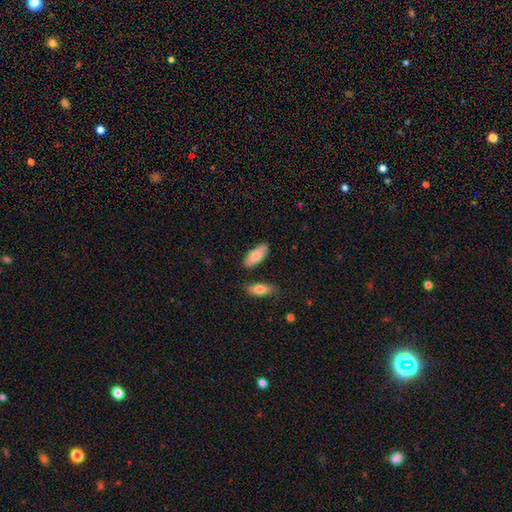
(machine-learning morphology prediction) This is clearly a smooth galaxy (81%). How rounded: clearly in between (85%). Merging: likely none (80%).